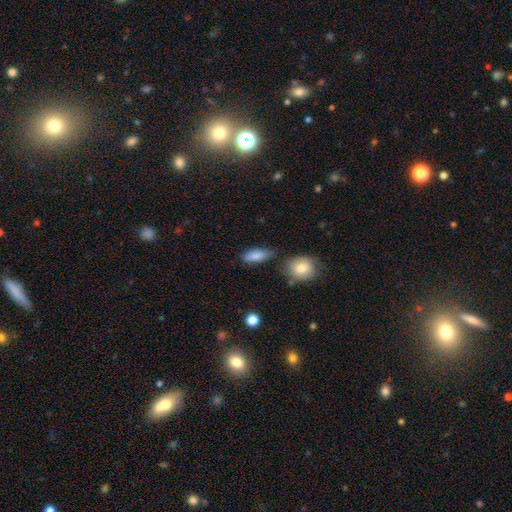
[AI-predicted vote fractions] smooth_or_featured: smooth (p=0.85) [alt: featured or disk p=0.08]
how_rounded: in between (p=0.75) [alt: cigar-shaped p=0.21]
merging: none (p=0.72) [alt: minor disturbance p=0.17]